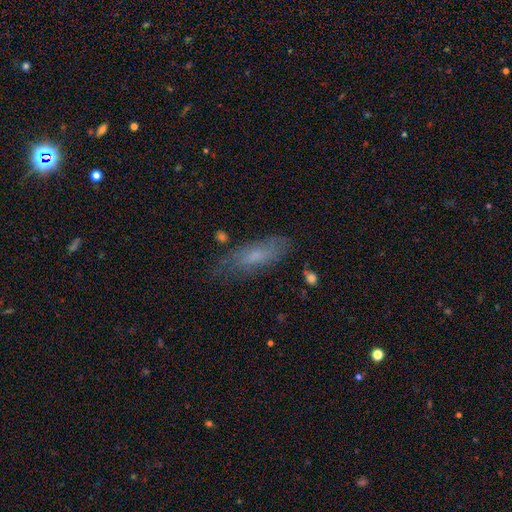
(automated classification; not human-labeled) A smooth galaxy with no disk features (56%) that is in between round and cigar-shaped (57%). Merging: none (66%).